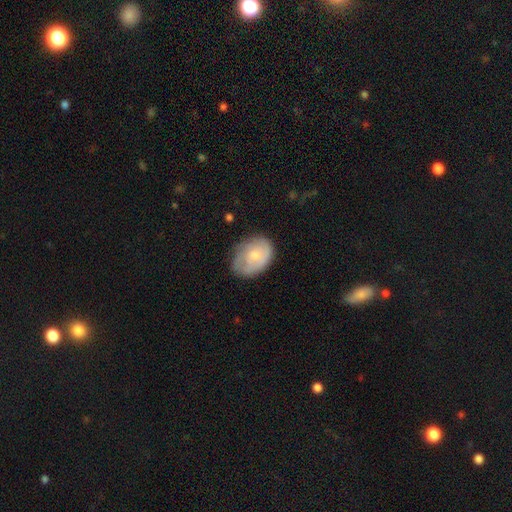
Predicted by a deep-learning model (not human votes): smooth 60%, featured or disk 34%, star or artifact 7%. Down the decision tree: how rounded — in between (71%); merging — none (57%).